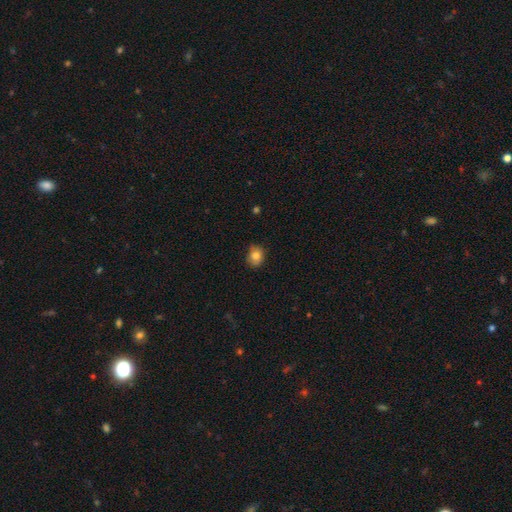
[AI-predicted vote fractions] Smooth or featured? smooth (83%)
How rounded? round (51%)
Merging? none (79%)